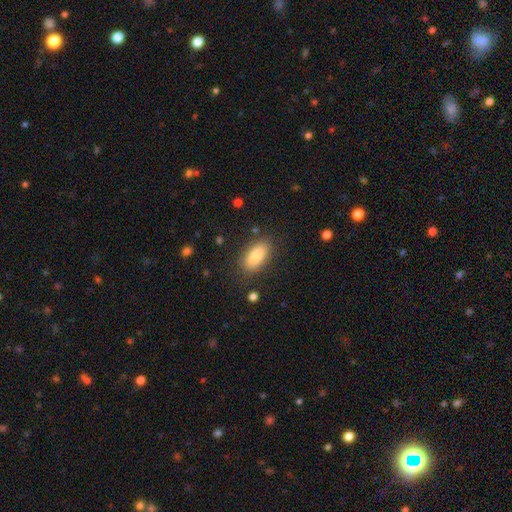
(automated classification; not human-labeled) Smooth or featured? smooth (85%)
How rounded? in between (88%)
Merging? none (84%)